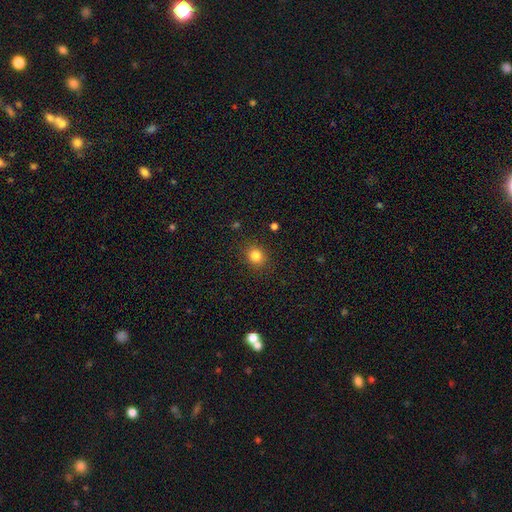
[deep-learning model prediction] A smooth galaxy with no disk features (83%) that is round (74%). Merging: none (88%).